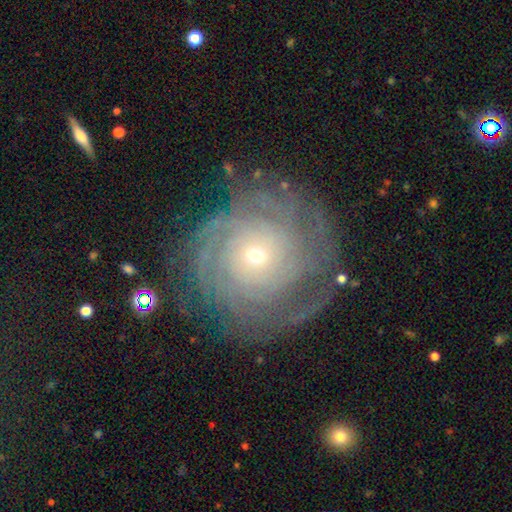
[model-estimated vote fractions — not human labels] A featured or disk galaxy (82%) with no bar (81%), tight (80%) spiral arms (95%) and a small central bulge (76%). Merging: none (80%).